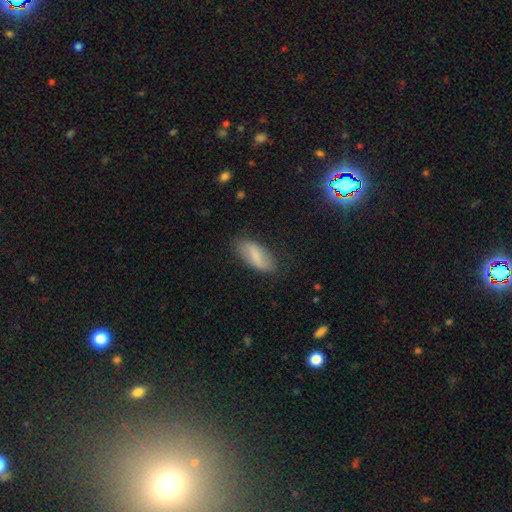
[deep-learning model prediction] This appears to be a smooth galaxy with no disk features (71%) that is in between round and cigar-shaped (83%). Merging: none (77%).